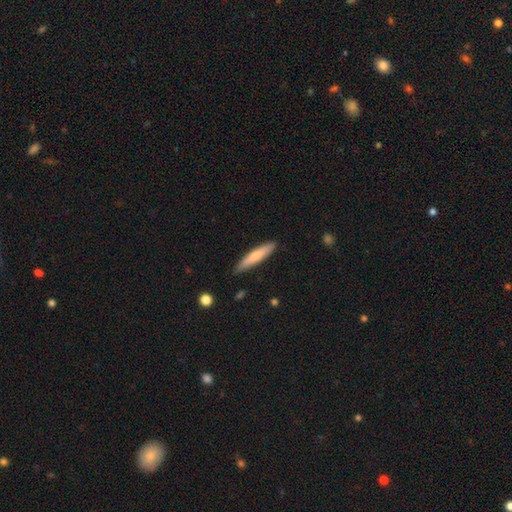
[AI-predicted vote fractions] smooth-or-featured: smooth: 70% | featured or disk: 25% | star or artifact: 5%
  how-rounded: cigar-shaped: 88% | in between: 11% | round: 1%
  merging: none: 86% | minor disturbance: 11% | major disturbance: 2% | merger: 1%